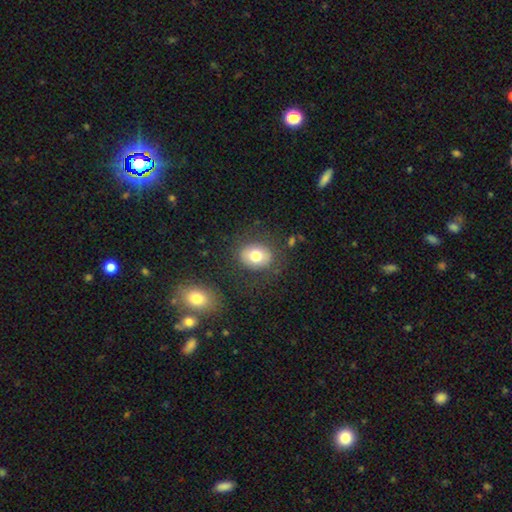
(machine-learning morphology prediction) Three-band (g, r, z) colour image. It shows a smooth galaxy with no disk features (74%) that is in between round and cigar-shaped (54%). Merging: none (82%).